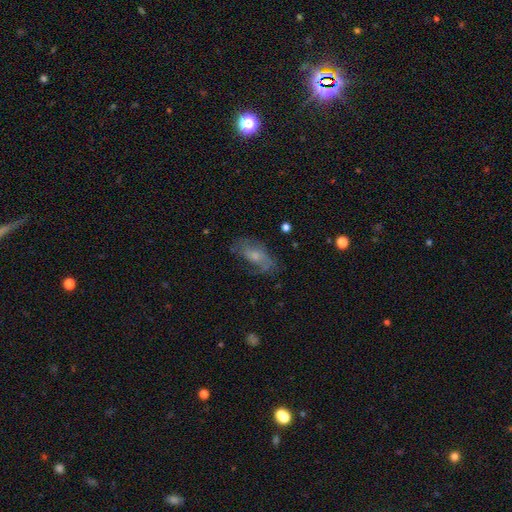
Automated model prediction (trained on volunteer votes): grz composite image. It shows a featured or disk galaxy (49%). Merging: none (60%).